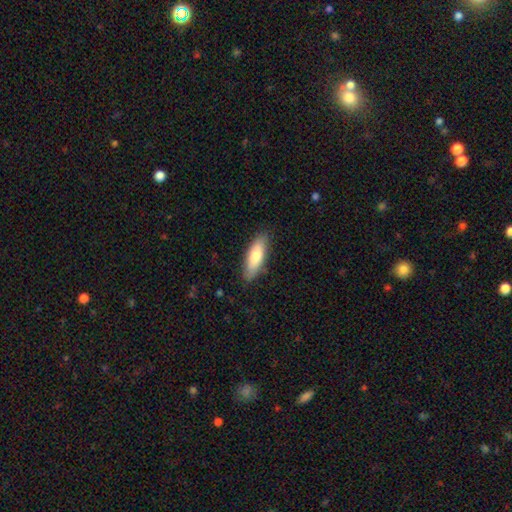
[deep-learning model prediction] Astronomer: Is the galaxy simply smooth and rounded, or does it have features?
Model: smooth — 78%.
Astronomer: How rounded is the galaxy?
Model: in between — 56% (runner-up: cigar-shaped, 43%).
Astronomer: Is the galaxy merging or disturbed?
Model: none — 84%.